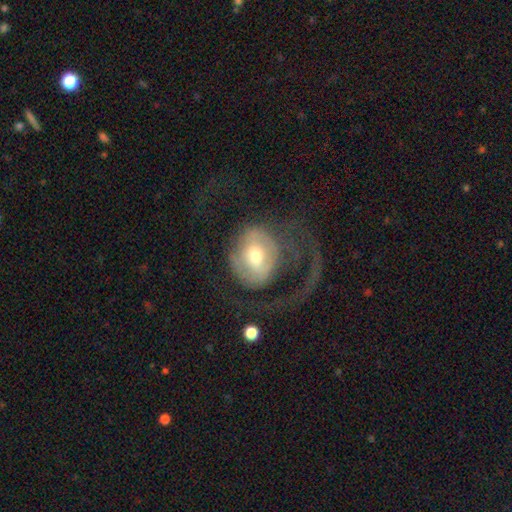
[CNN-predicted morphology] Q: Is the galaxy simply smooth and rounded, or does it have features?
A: featured or disk — 59%.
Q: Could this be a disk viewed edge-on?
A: no — 96%.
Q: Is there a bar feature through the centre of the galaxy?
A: no — 51%.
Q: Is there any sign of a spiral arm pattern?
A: yes — 64%.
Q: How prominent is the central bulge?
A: moderate — 63%.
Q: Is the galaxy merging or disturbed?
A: major disturbance — 55%.